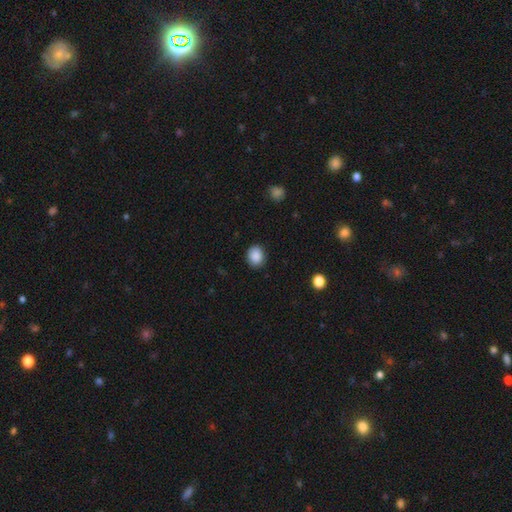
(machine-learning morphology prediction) Smooth or featured: smooth — 88% (star or artifact — 9%)
How rounded: round — 66% (in between — 33%)
Merging: none — 88% (minor disturbance — 8%)